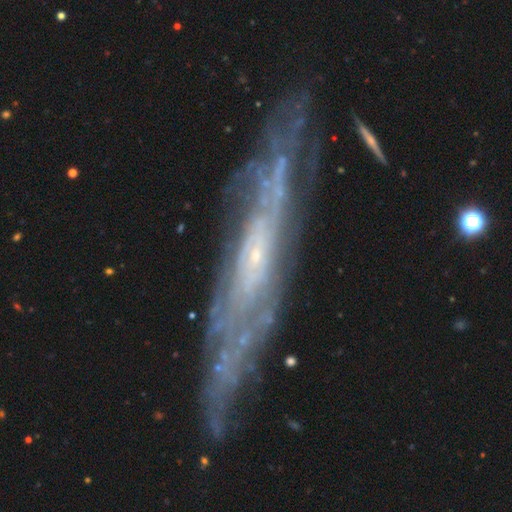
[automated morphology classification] The model was most divided on "edge-on disk": yes: 53%, no: 47%. More confident: smooth or featured — featured or disk (80%); merging — none (78%).